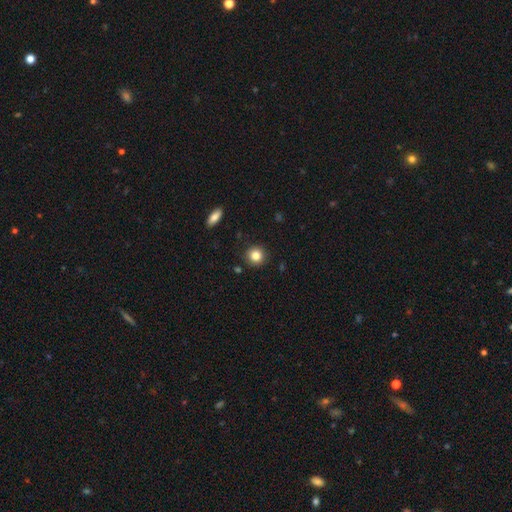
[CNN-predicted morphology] A smooth galaxy with no disk features (83%) that is round (91%).

Vote fractions:
- Smooth or featured? smooth: 83% / star or artifact: 10% / featured or disk: 6%
- How rounded? round: 91% / in between: 8% / cigar-shaped: 1%
- Merging? none: 90% / minor disturbance: 7% / major disturbance: 2% / merger: 2%